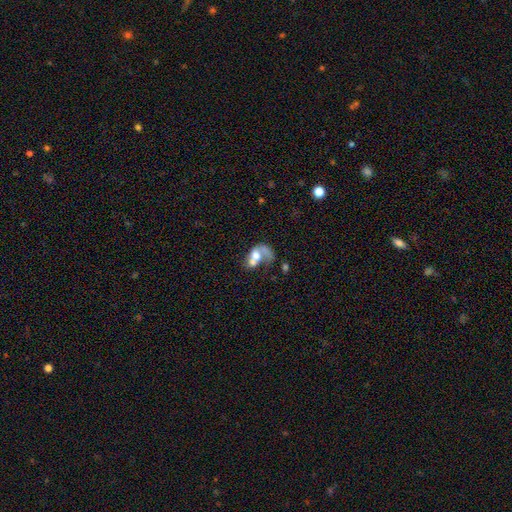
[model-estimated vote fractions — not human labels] Overall: smooth (46%; featured or disk 45%). Merging: merger (63%).